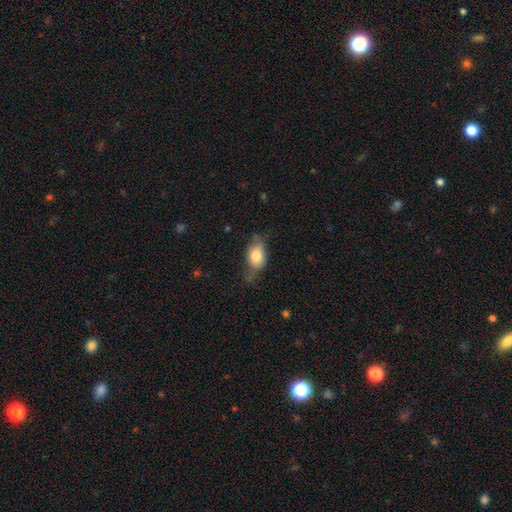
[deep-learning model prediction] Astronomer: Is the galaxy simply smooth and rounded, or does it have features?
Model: smooth — 72%.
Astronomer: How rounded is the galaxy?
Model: in between — 79%.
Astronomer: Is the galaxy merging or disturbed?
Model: none — 48% (runner-up: minor disturbance, 35%).